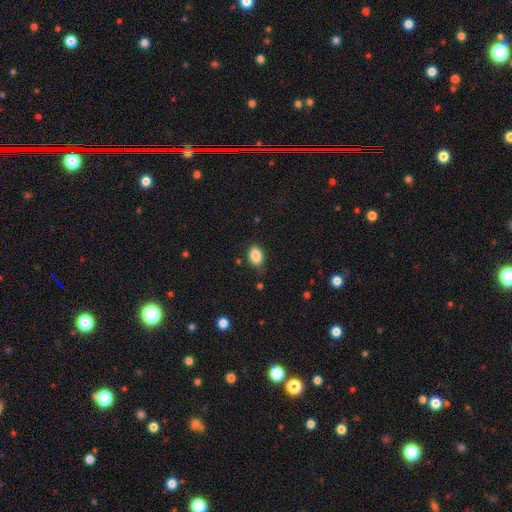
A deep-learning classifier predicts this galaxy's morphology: type=smooth (86%); roundness=in between (82%); merging=none (75%).